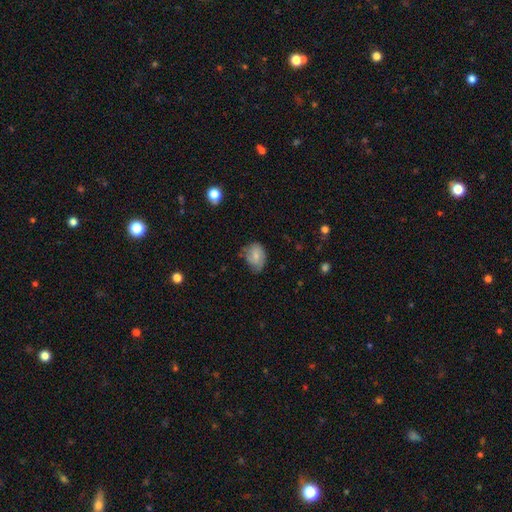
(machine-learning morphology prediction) type=smooth (67%); roundness=in between (73%); merging=none (50%).